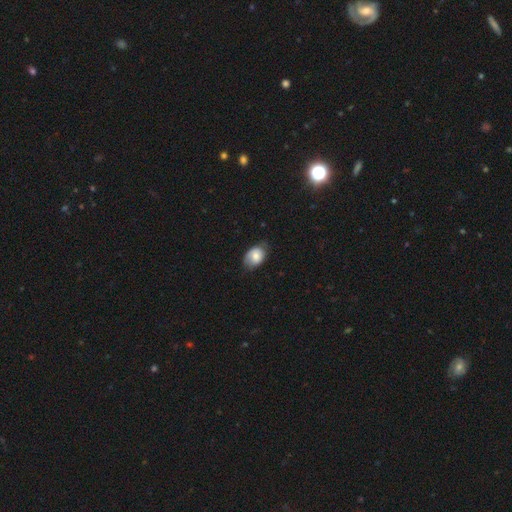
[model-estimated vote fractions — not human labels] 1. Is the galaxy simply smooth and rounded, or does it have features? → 73% smooth, 20% featured or disk, 7% star or artifact.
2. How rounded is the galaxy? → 76% in between, 23% round, 1% cigar-shaped.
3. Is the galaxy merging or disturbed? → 63% none, 29% minor disturbance, 6% major disturbance, 1% merger.